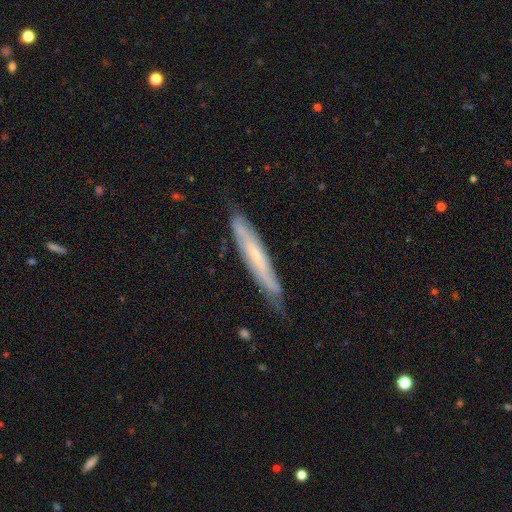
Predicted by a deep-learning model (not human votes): The model was most divided on "smooth or featured": featured or disk: 60%, smooth: 33%, star or artifact: 6%. More confident: merging — none (74%); edge-on disk — yes (70%).